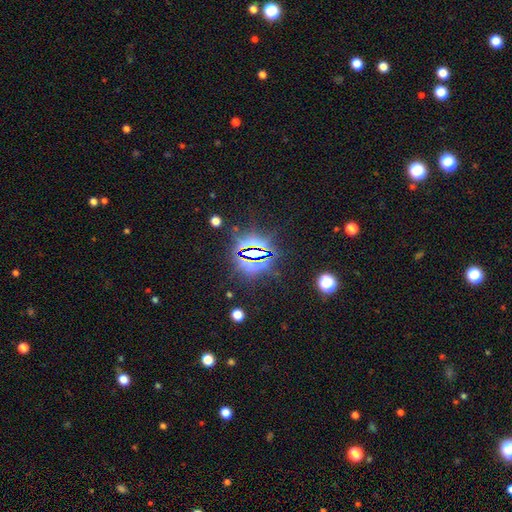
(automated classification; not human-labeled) smooth-or-featured: star or artifact: 79% | smooth: 12% | featured or disk: 9%